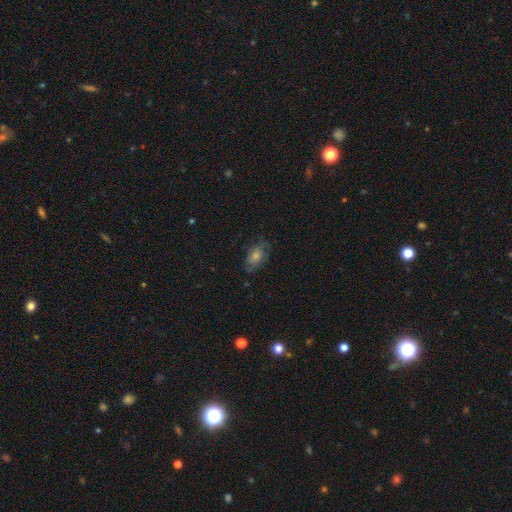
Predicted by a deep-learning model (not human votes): Smooth or featured? Predicted: smooth (p=0.41). Merging? Predicted: none (p=0.72).